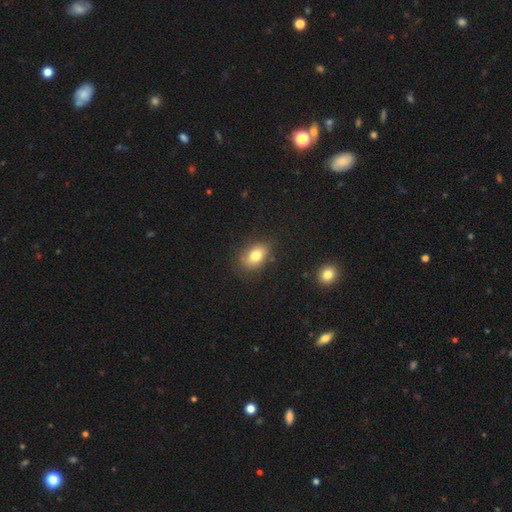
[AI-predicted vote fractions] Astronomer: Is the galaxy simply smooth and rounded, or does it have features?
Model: smooth — 78%.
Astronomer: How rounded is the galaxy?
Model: in between — 76%.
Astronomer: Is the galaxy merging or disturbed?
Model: none — 76%.